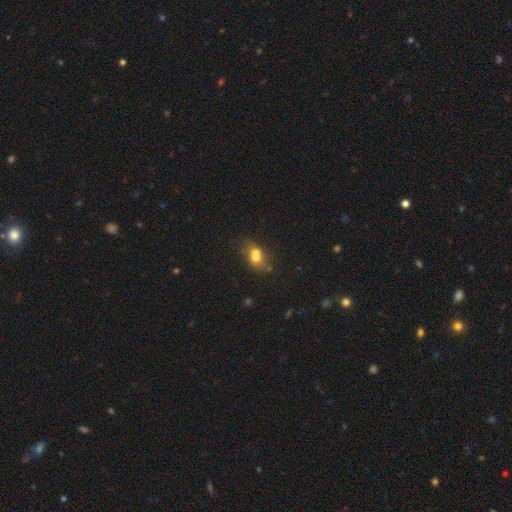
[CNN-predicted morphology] Smooth or featured? Predicted: smooth (p=0.66). How rounded? Predicted: in between (p=0.63). Merging? Predicted: merger (p=0.49).